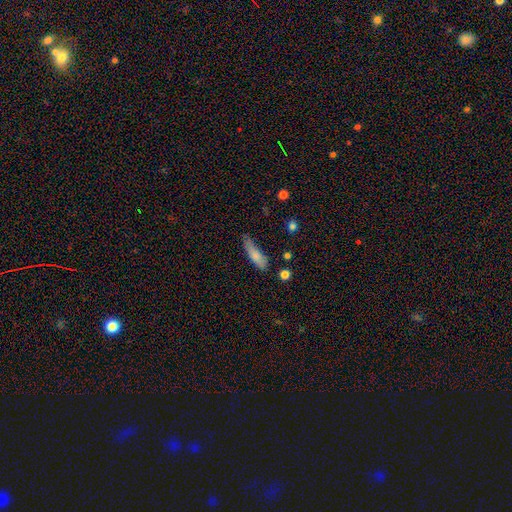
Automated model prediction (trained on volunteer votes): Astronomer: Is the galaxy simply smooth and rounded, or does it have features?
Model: smooth — 78%.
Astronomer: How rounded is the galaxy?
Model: cigar-shaped — 61% (runner-up: in between, 37%).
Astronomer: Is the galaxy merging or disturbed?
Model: none — 52% (runner-up: minor disturbance, 35%).